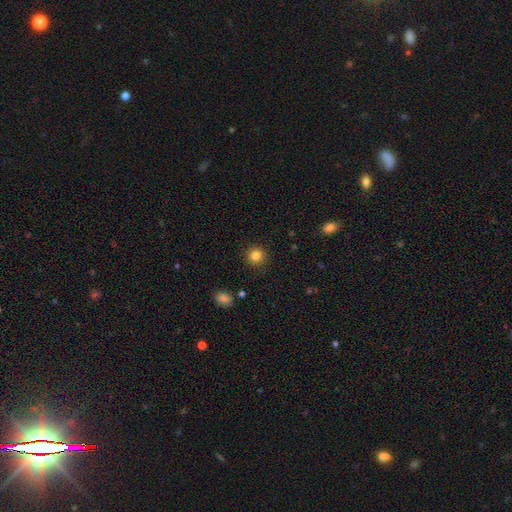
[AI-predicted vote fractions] A smooth galaxy with no disk features (83%) that is round (93%).

Vote fractions:
- Smooth or featured? smooth: 83% / star or artifact: 12% / featured or disk: 5%
- How rounded? round: 93% / in between: 6% / cigar-shaped: 1%
- Merging? none: 91% / minor disturbance: 6% / major disturbance: 2% / merger: 1%